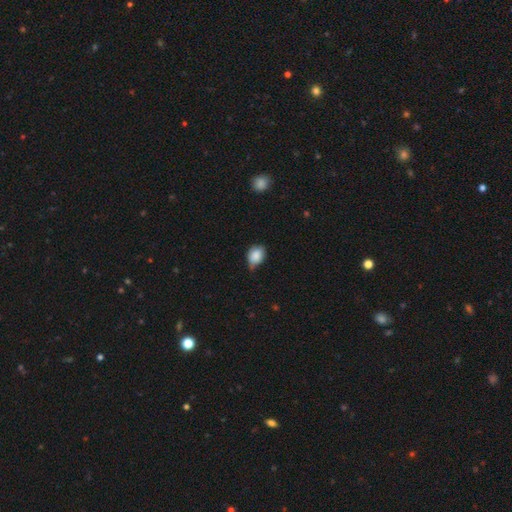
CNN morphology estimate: Smooth or featured? Predicted: smooth (p=0.84). How rounded? Predicted: in between (p=0.63). Merging? Predicted: minor disturbance (p=0.46).